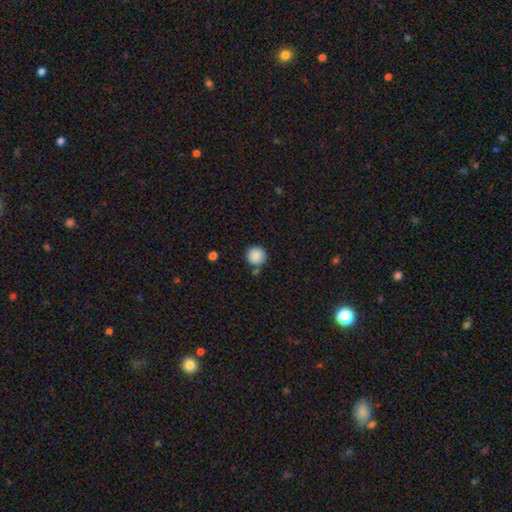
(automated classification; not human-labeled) A smooth galaxy with no disk features (88%) that is round (94%). Merging: none (80%).